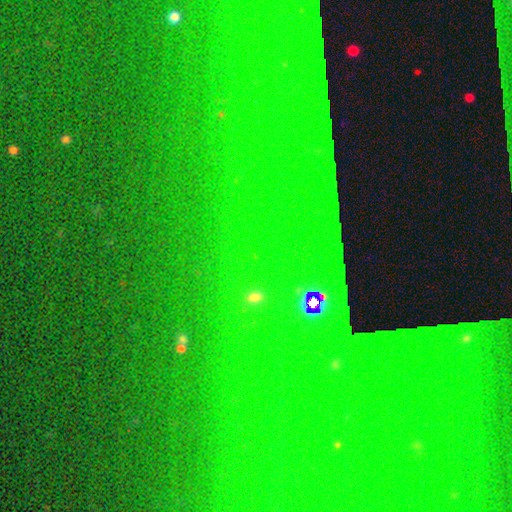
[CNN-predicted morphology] Overall: star or artifact (81%).